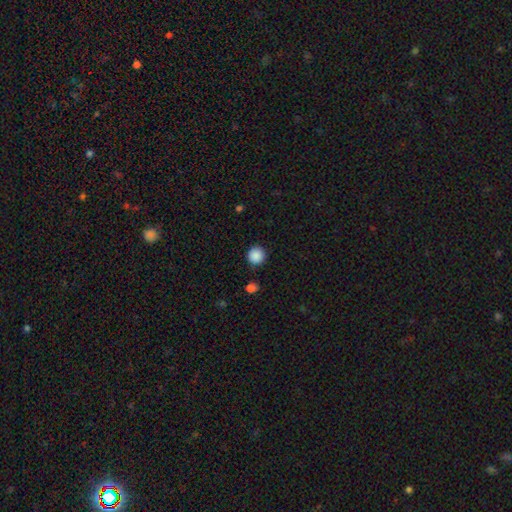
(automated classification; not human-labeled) smooth_or_featured: smooth (p=0.88) [alt: star or artifact p=0.09]
how_rounded: round (p=0.94) [alt: in between p=0.05]
merging: none (p=0.89) [alt: minor disturbance p=0.07]